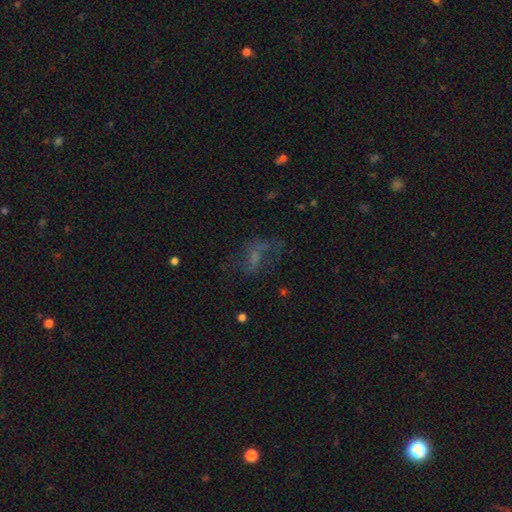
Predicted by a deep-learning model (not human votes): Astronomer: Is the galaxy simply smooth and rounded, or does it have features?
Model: featured or disk — 45% (runner-up: smooth, 32%).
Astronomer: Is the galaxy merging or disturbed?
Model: none — 43% (runner-up: major disturbance, 34%).